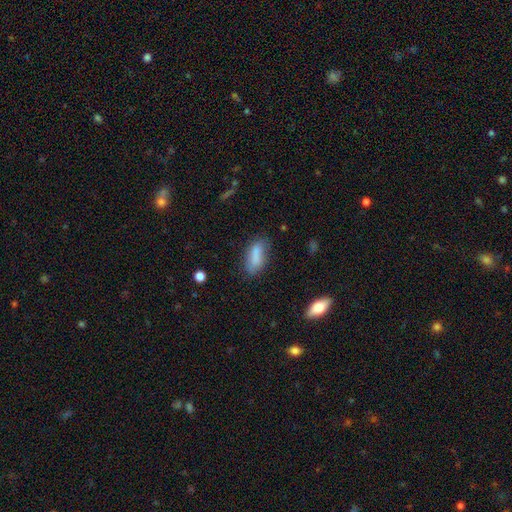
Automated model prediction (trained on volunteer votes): Morphology: type=smooth (80%); roundness=in between (78%); merging=none (67%).